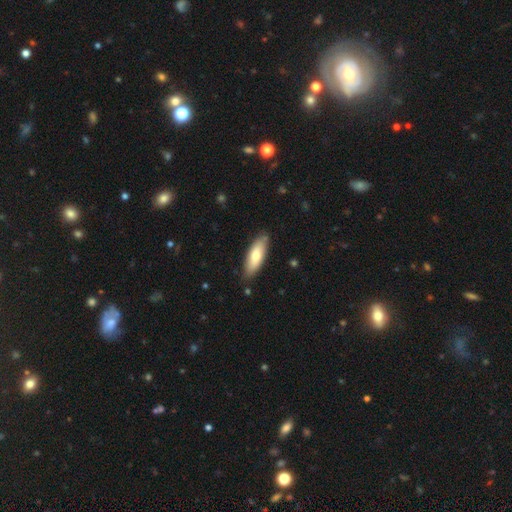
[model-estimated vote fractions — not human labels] smooth 71%, featured or disk 23%, star or artifact 5%. Down the decision tree: how rounded — in between (60%); merging — none (82%).